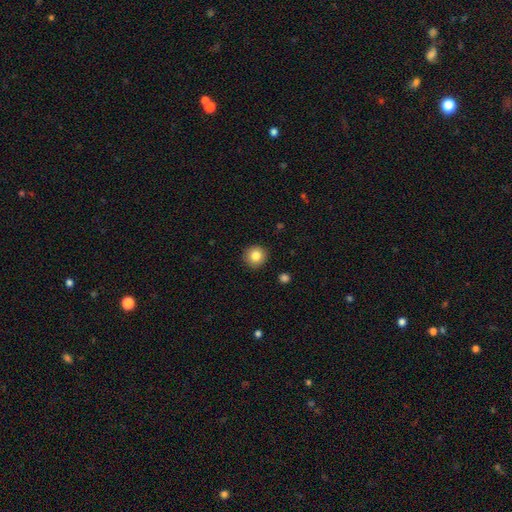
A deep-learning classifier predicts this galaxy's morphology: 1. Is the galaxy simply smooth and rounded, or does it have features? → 83% smooth, 10% star or artifact, 7% featured or disk.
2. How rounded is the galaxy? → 94% round, 5% in between, 1% cigar-shaped.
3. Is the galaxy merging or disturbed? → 92% none, 5% minor disturbance, 2% major disturbance, 1% merger.